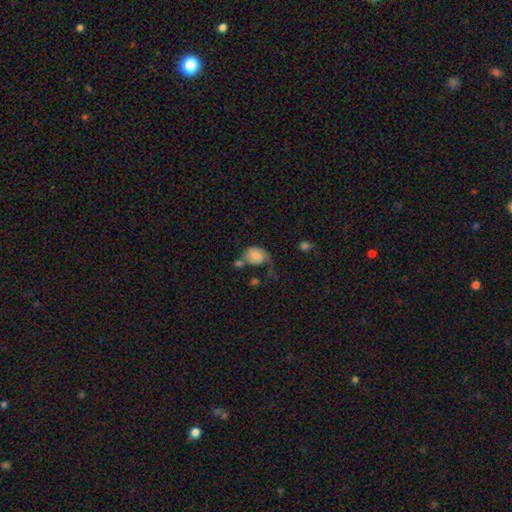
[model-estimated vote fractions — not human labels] smooth 59%, featured or disk 33%, star or artifact 9%. Down the decision tree: how rounded — in between (52%); merging — none (31%).